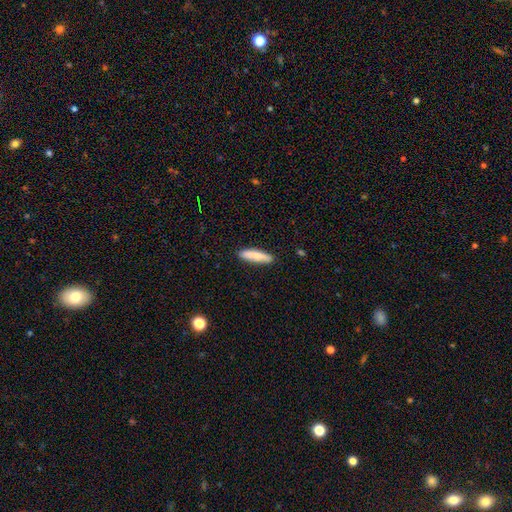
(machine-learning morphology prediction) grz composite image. It shows a smooth galaxy with no disk features (79%) that is cigar-shaped (77%). Merging: none (88%).